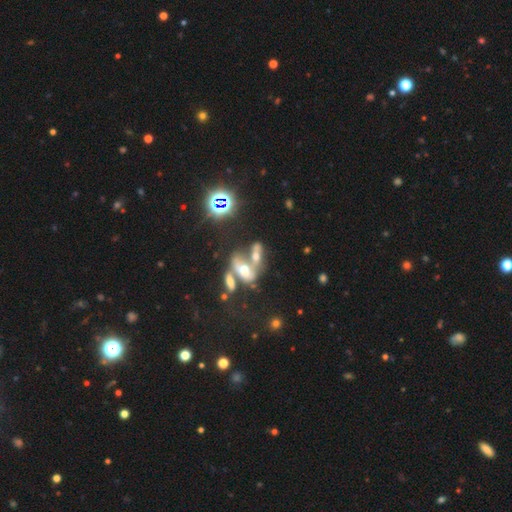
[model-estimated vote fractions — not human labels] Overall: featured or disk (42%; smooth 38%). Merging: merger (69%).